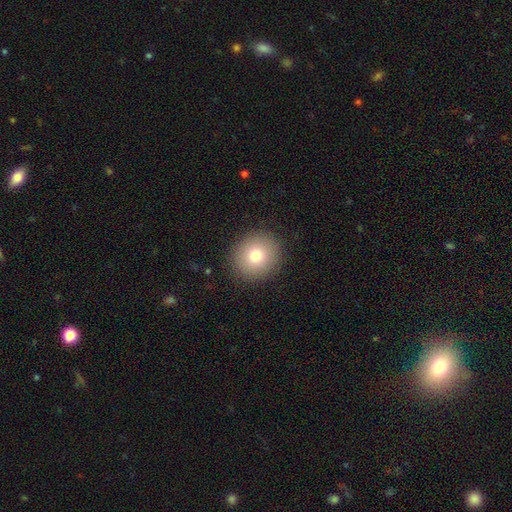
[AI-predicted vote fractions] Overall: smooth (77%). How rounded: round (89%). Merging: none (90%).